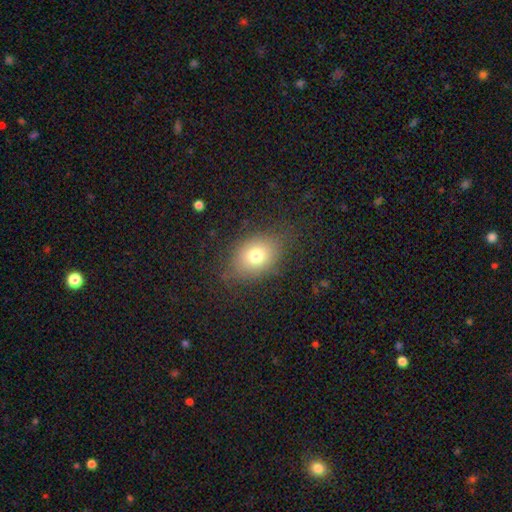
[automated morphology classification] Smooth or featured? smooth (74%)
How rounded? in between (64%)
Merging? none (76%)